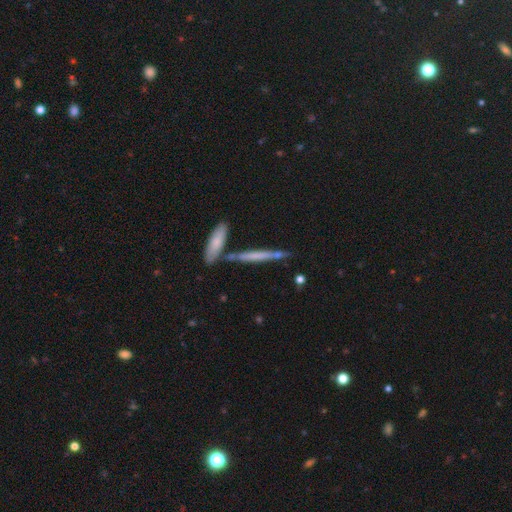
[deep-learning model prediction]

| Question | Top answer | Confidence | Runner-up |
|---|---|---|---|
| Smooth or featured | smooth | 52% | featured or disk (41%) |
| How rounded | cigar-shaped | 93% | in between (5%) |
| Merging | none | 72% | merger (13%) |